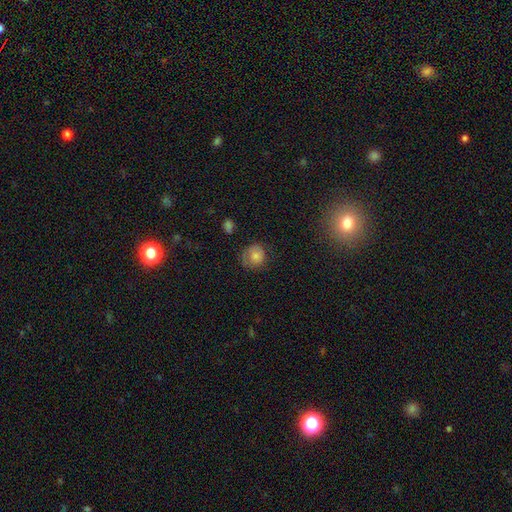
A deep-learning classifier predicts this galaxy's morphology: Smooth or featured?
  - smooth: 76% *
  - featured or disk: 14%
  - star or artifact: 10%
How rounded?
  - round: 84% *
  - in between: 15%
  - cigar-shaped: 1%
Merging?
  - none: 66% *
  - minor disturbance: 23%
  - major disturbance: 9%
  - merger: 2%